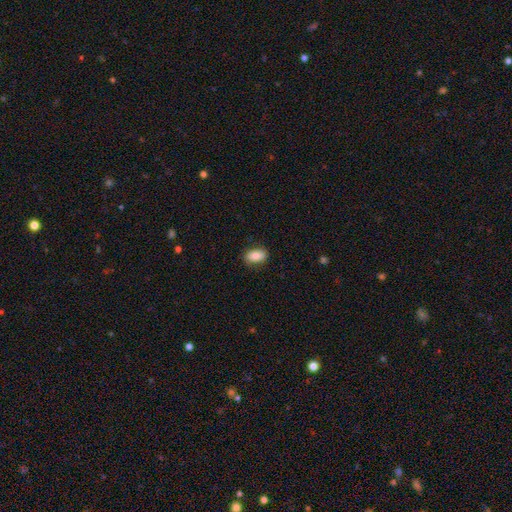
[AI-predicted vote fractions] This is clearly a smooth galaxy (81%). How rounded: clearly in between (89%). Merging: clearly none (85%).